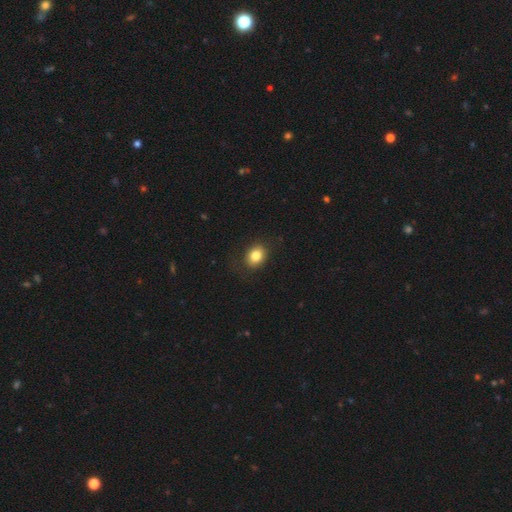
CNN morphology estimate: This is clearly a smooth galaxy (81%). How rounded: possibly in between (52%). Merging: clearly none (82%).